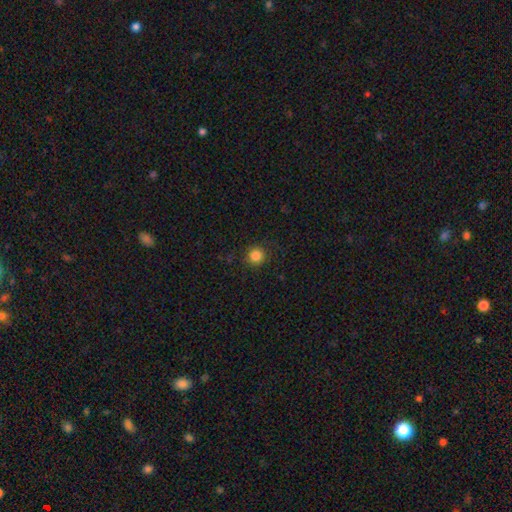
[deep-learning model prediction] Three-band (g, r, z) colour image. It shows a smooth galaxy with no disk features (84%) that is round (94%). Merging: none (89%).